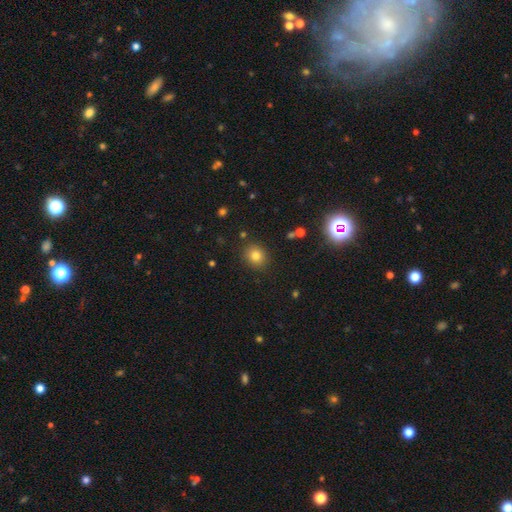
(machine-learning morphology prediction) smooth_or_featured: smooth (p=0.80) [alt: star or artifact p=0.13]
how_rounded: round (p=0.80) [alt: in between p=0.19]
merging: none (p=0.88) [alt: minor disturbance p=0.08]